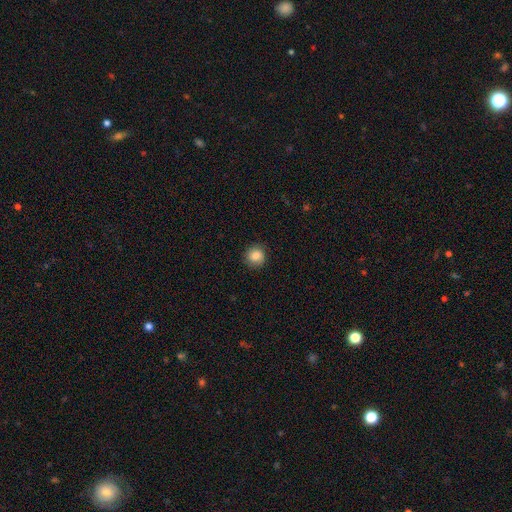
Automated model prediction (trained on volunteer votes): Q: Smooth or featured?
A: smooth (83%); runner-up: star or artifact (9%)
Q: How rounded?
A: round (90%); runner-up: in between (9%)
Q: Merging?
A: none (85%); runner-up: minor disturbance (11%)